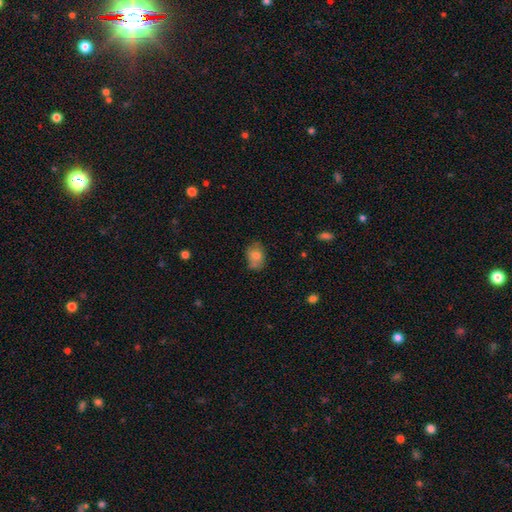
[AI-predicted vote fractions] The model was most divided on "how rounded": in between: 69%, round: 30%, cigar-shaped: 1%. More confident: smooth or featured — smooth (75%); merging — none (64%).